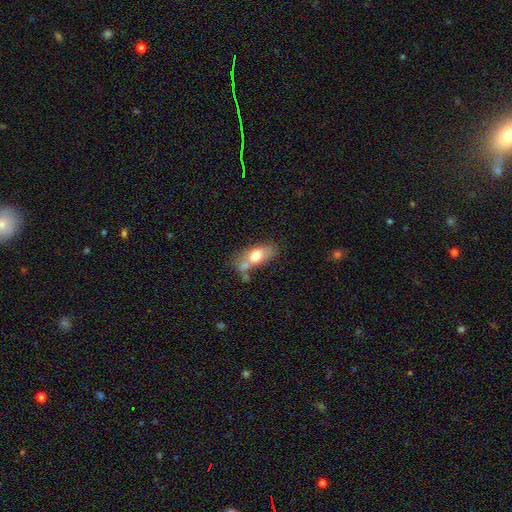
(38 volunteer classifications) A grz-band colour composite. It shows a smooth galaxy with no disk features (68%) that is in between round and cigar-shaped (85%). Merging: none (69%).